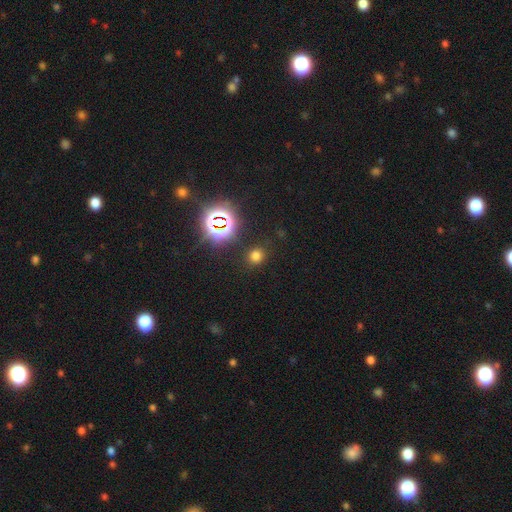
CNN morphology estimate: This is likely a smooth galaxy (69%). How rounded: likely round (78%). Merging: clearly none (87%).